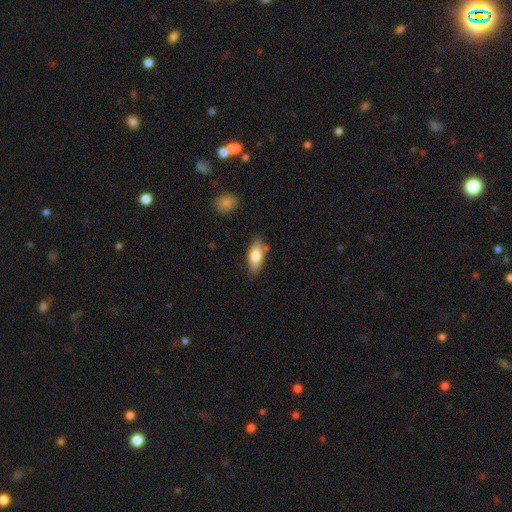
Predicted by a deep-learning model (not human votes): Smooth or featured: smooth — 78% (featured or disk — 16%)
How rounded: in between — 80% (cigar-shaped — 17%)
Merging: none — 78% (minor disturbance — 14%)